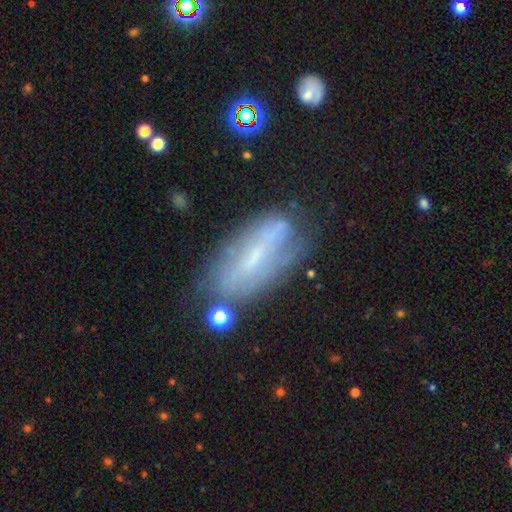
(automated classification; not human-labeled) The model was most divided on "smooth or featured": featured or disk: 56%, smooth: 34%, star or artifact: 10%. More confident: edge-on disk — no (75%); merging — none (59%).